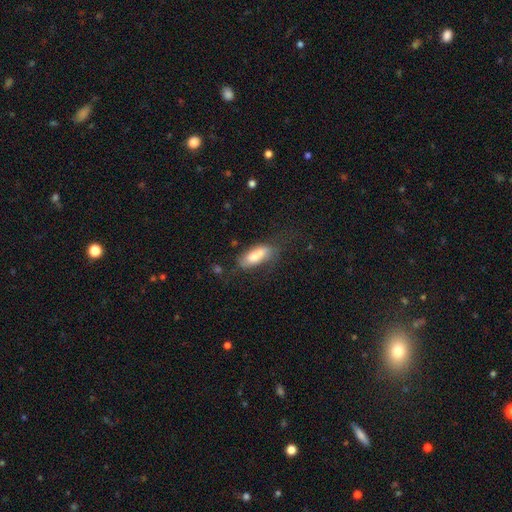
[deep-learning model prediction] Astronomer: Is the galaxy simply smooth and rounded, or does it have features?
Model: smooth — 67%.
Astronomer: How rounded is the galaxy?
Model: in between — 75%.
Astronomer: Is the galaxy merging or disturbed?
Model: none — 40% (runner-up: merger, 29%).